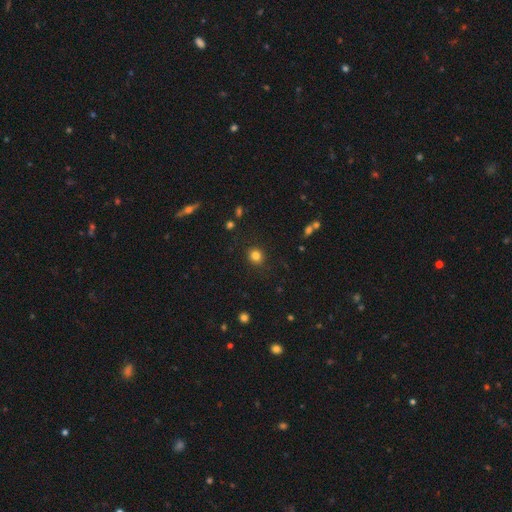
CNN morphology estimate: Q: Smooth or featured?
A: smooth (83%); runner-up: star or artifact (12%)
Q: How rounded?
A: round (84%); runner-up: in between (15%)
Q: Merging?
A: none (89%); runner-up: minor disturbance (7%)